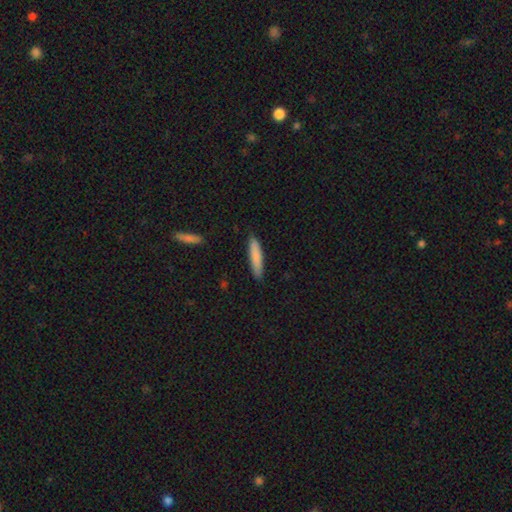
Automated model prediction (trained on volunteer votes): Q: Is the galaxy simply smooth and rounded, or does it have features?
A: smooth — 82%.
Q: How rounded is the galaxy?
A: cigar-shaped — 88%.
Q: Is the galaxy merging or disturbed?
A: none — 88%.